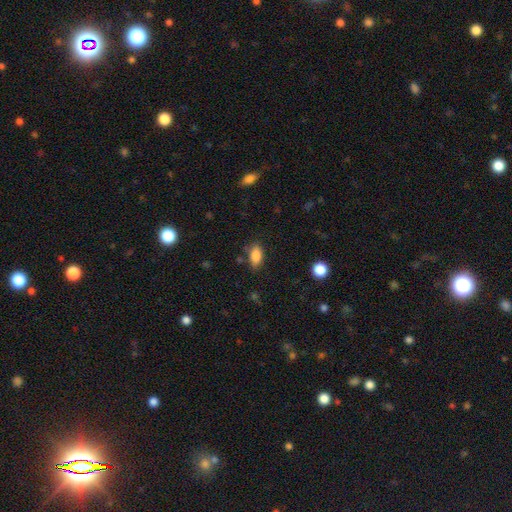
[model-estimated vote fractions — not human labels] The model was most divided on "merging": none: 77%, minor disturbance: 15%, major disturbance: 4%, merger: 3%. More confident: how rounded — in between (90%); smooth or featured — smooth (85%).